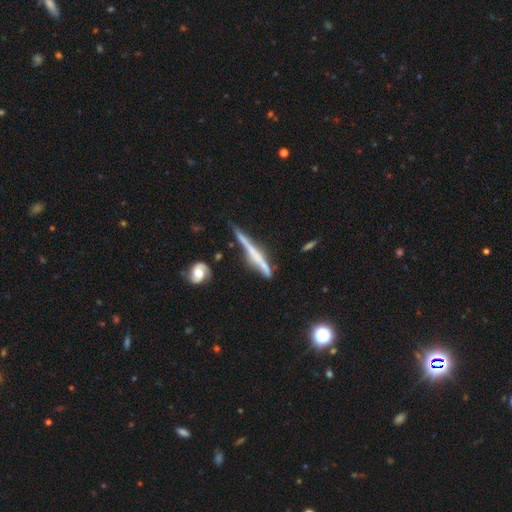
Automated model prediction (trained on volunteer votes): Smooth or featured: featured or disk — 63% (smooth — 29%)
Edge-on disk: yes — 96% (no — 4%)
Edge-on bulge: none — 62% (rounded — 24%)
Merging: none — 67% (minor disturbance — 22%)